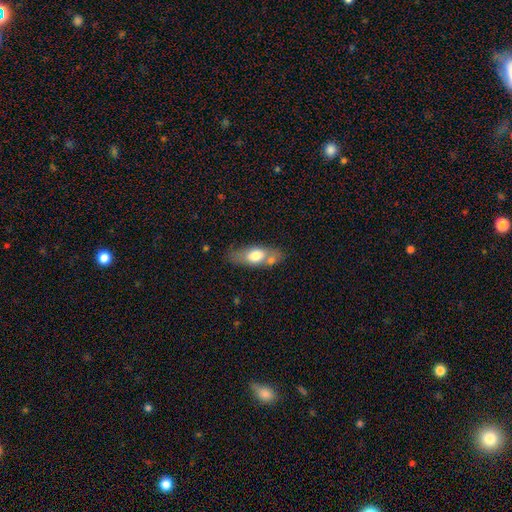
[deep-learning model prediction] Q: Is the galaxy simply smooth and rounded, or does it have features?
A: smooth — 65%.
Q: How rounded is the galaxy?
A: in between — 74%.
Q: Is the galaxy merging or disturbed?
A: none — 56%.